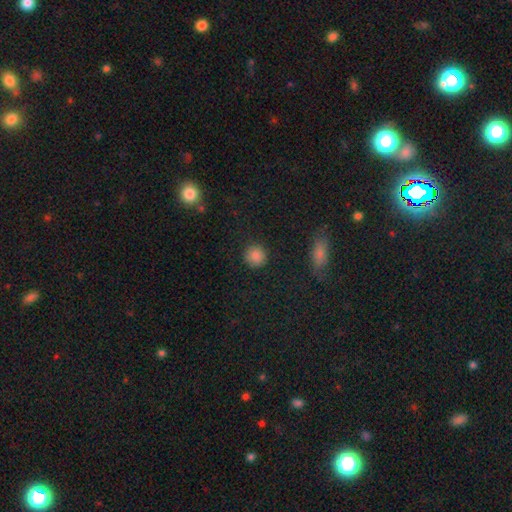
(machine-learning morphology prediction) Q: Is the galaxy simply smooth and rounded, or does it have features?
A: smooth — 87%.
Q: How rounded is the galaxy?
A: round — 92%.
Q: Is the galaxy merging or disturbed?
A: none — 90%.